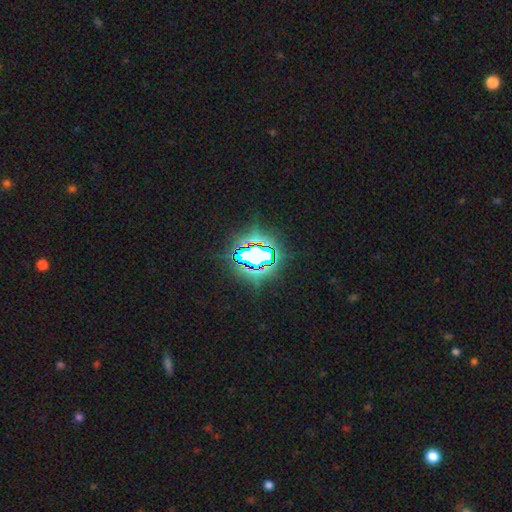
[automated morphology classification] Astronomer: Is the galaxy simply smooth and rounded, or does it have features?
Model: star or artifact — 73%.